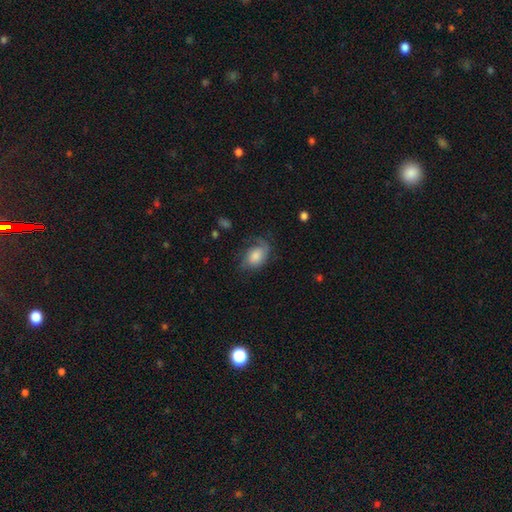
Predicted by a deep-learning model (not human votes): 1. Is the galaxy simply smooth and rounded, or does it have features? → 55% smooth, 37% featured or disk, 9% star or artifact.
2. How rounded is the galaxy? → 83% in between, 16% round, 2% cigar-shaped.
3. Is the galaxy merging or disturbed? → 54% none, 26% minor disturbance, 18% major disturbance, 2% merger.